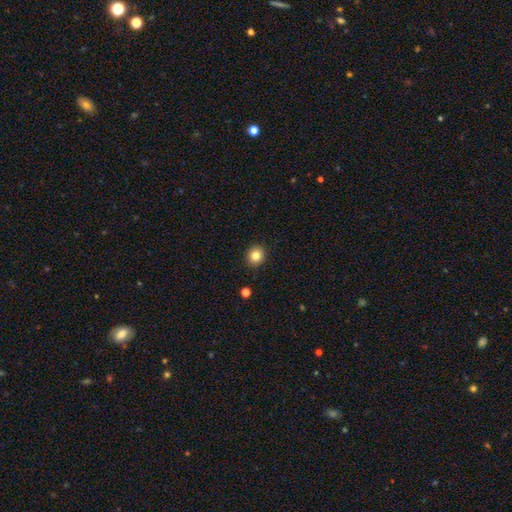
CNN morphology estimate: Overall: smooth (83%). How rounded: round (82%). Merging: none (91%).